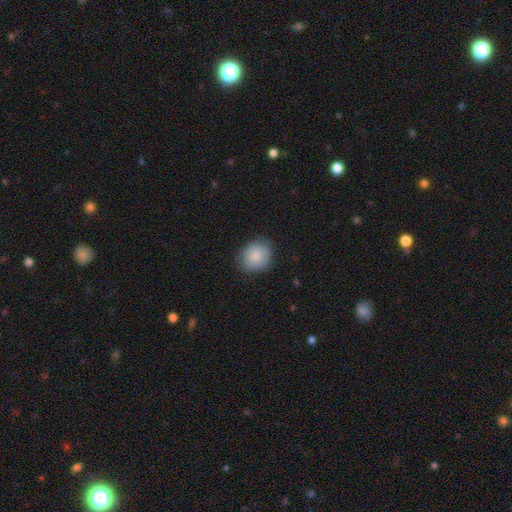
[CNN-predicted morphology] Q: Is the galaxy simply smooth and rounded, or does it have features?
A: smooth — 85%.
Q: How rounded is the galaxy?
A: round — 67%.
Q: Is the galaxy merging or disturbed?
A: none — 79%.